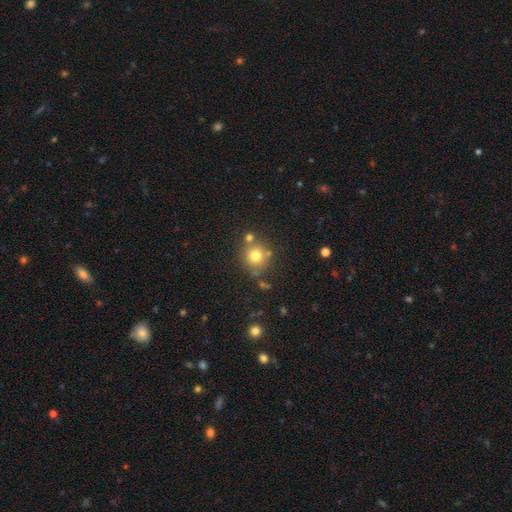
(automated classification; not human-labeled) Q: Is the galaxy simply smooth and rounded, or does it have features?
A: smooth — 75%.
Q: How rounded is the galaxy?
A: round — 91%.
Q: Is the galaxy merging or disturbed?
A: none — 74%.